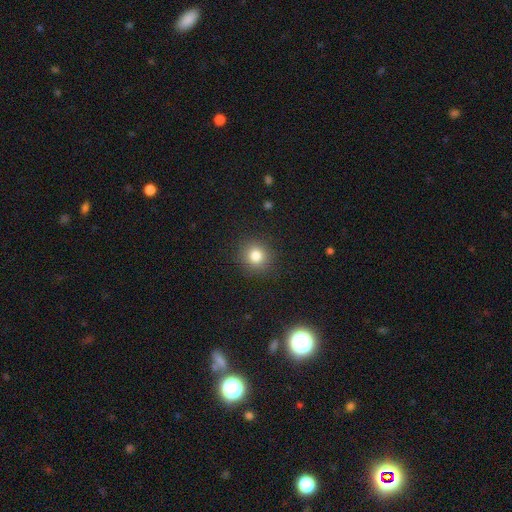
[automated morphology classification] The model was most divided on "smooth or featured": smooth: 82%, star or artifact: 12%, featured or disk: 6%. More confident: merging — none (90%); how rounded — round (90%).